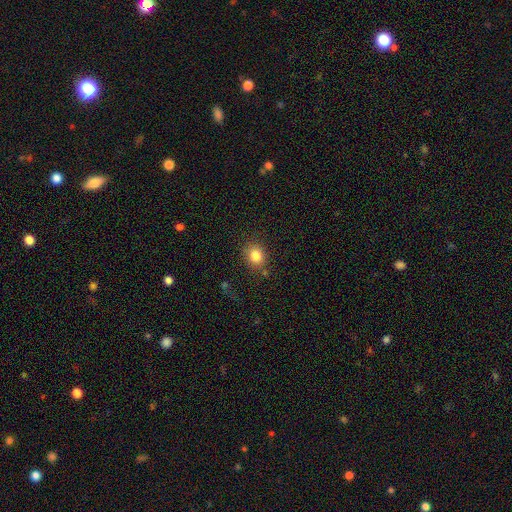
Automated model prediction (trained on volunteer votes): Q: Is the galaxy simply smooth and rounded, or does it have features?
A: smooth — 83%.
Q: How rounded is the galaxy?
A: round — 62%.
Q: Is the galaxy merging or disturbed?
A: none — 80%.